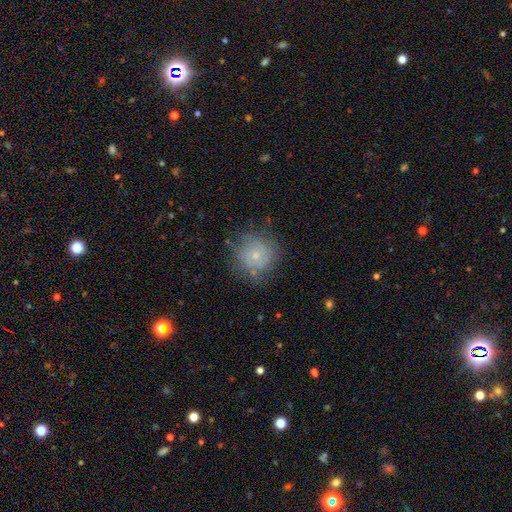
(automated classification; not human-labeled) The model was most divided on "smooth or featured": smooth: 60%, featured or disk: 30%, star or artifact: 10%. More confident: how rounded — round (90%); merging — none (71%).